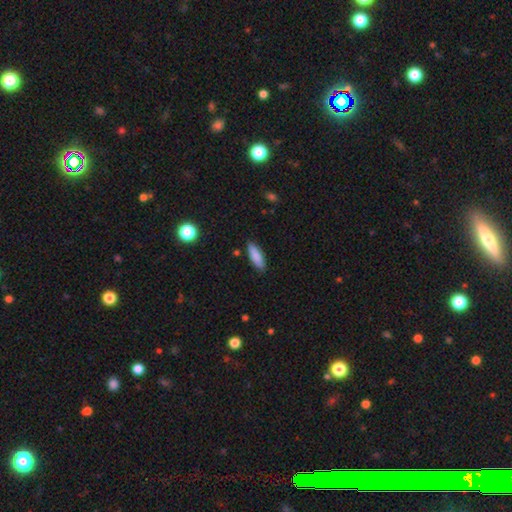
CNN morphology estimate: smooth_or_featured: smooth (p=0.86) [alt: featured or disk p=0.07]
how_rounded: in between (p=0.53) [alt: cigar-shaped p=0.45]
merging: none (p=0.86) [alt: minor disturbance p=0.10]